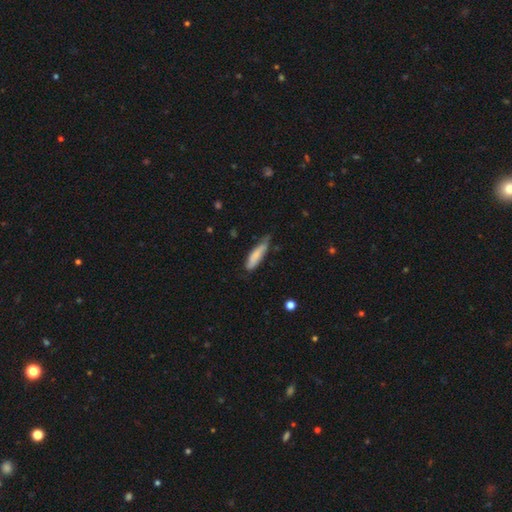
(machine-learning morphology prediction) This appears to be a smooth galaxy with no disk features (79%) that is cigar-shaped (66%). Merging: none (49%).